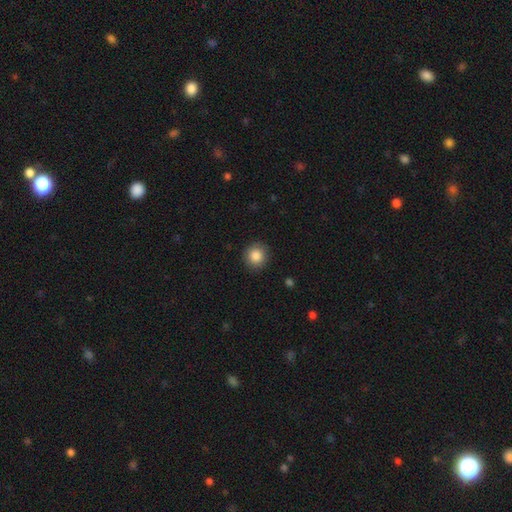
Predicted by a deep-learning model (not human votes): smooth_or_featured: smooth (p=0.87) [alt: star or artifact p=0.09]
how_rounded: round (p=0.91) [alt: in between p=0.08]
merging: none (p=0.90) [alt: minor disturbance p=0.07]